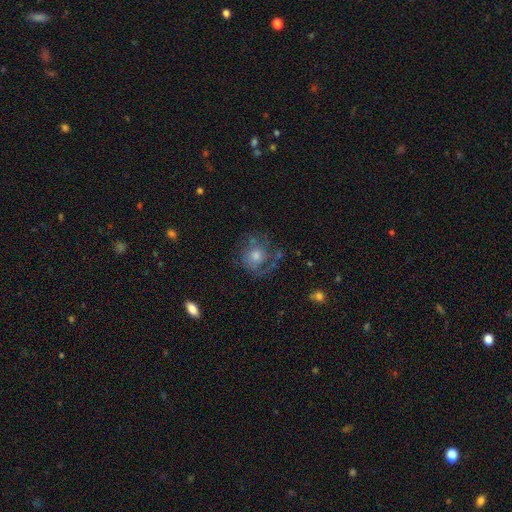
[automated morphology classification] smooth-or-featured: featured or disk: 62% | smooth: 27% | star or artifact: 11%
  disk-edge-on: no: 97% | yes: 3%
    bar: no: 81% | weak: 17% | strong: 3%
    has-spiral-arms: yes: 80% | no: 20%
    bulge-size: moderate: 60% | small: 24% | large: 12% | none: 3% | dominant: 2%
  merging: none: 62% | major disturbance: 18% | minor disturbance: 17% | merger: 3%